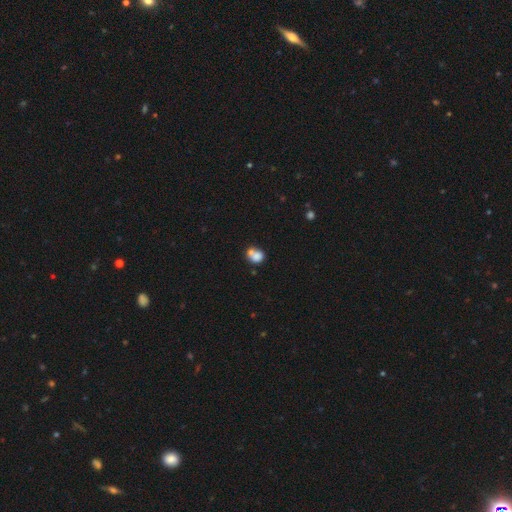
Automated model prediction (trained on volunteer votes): A smooth galaxy with no disk features (78%) that is round (61%).

Vote fractions:
- Smooth or featured? smooth: 78% / featured or disk: 12% / star or artifact: 10%
- How rounded? round: 61% / in between: 38% / cigar-shaped: 1%
- Merging? merger: 49% / none: 33% / minor disturbance: 12% / major disturbance: 6%